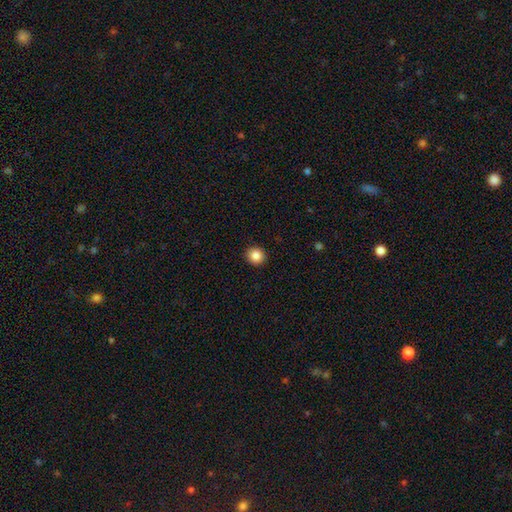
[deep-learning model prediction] Smooth or featured: smooth — 86% (star or artifact — 10%)
How rounded: round — 89% (in between — 10%)
Merging: none — 92% (minor disturbance — 5%)